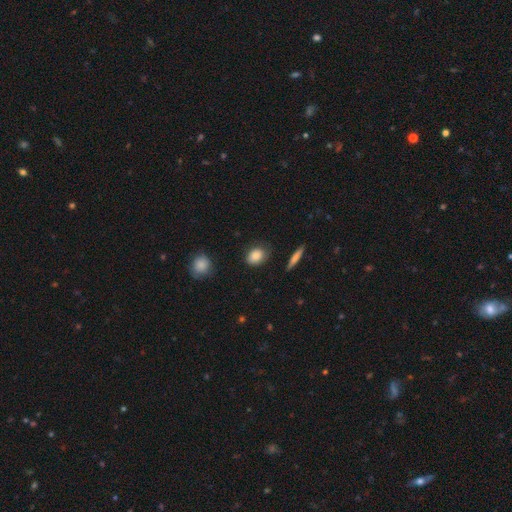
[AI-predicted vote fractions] Overall: smooth (87%). How rounded: in between (70%). Merging: none (79%).